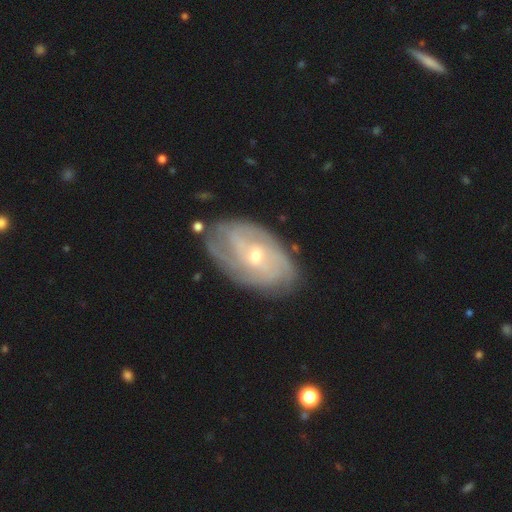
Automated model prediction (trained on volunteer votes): Smooth or featured? Predicted: featured or disk (p=0.79). Edge-on disk? Predicted: no (p=0.95). Bar? Predicted: no (p=0.53). Spiral arms? Predicted: yes (p=0.89). Spiral winding? Predicted: tight (p=0.60). Spiral arm count? Predicted: can't tell (p=0.44). Bulge size? Predicted: small (p=0.56). Merging? Predicted: none (p=0.71).